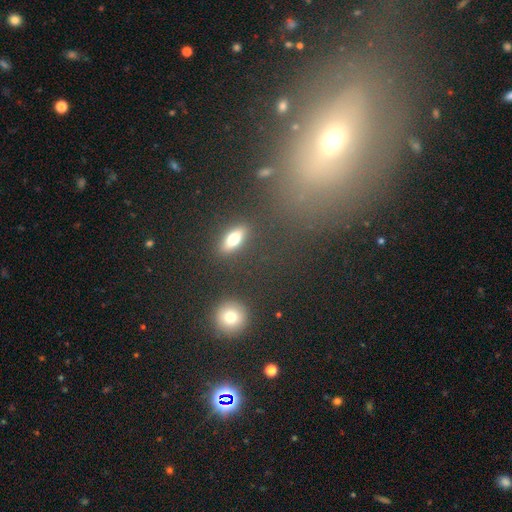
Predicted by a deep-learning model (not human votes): This is possibly a smooth galaxy (52%). How rounded: possibly round (48%). Merging: likely none (76%).